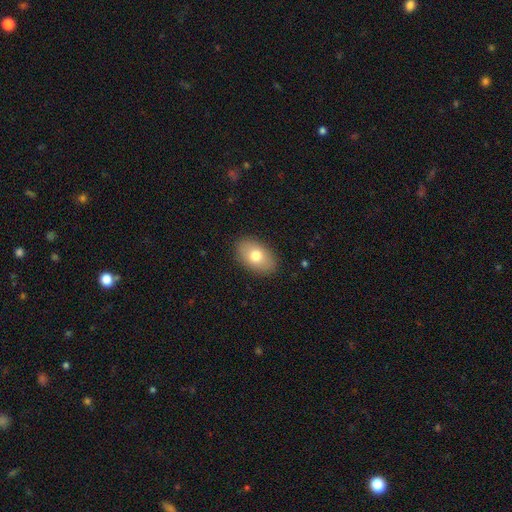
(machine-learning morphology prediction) Smooth or featured?
  - smooth: 76% *
  - featured or disk: 17%
  - star or artifact: 8%
How rounded?
  - in between: 90% *
  - round: 9%
  - cigar-shaped: 1%
Merging?
  - none: 88% *
  - minor disturbance: 9%
  - major disturbance: 2%
  - merger: 1%